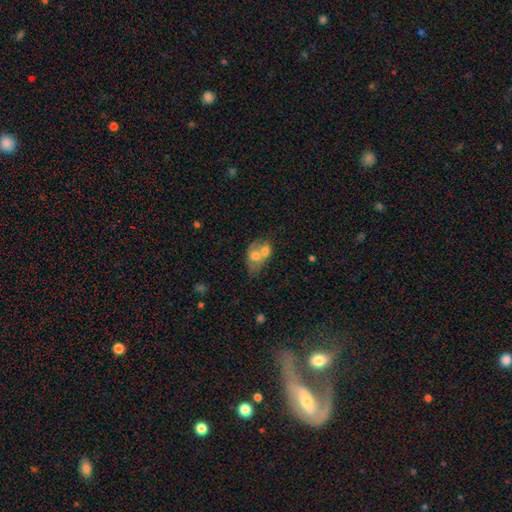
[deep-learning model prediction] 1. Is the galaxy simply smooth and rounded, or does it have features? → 60% smooth, 31% featured or disk, 9% star or artifact.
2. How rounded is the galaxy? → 67% in between, 32% round, 1% cigar-shaped.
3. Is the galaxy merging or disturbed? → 67% merger, 17% none, 9% minor disturbance, 6% major disturbance.